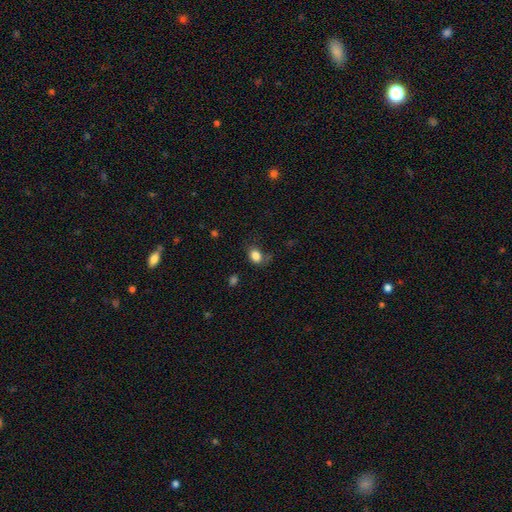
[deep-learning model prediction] A smooth galaxy with no disk features (83%) that is in between round and cigar-shaped (61%).

Vote fractions:
- Smooth or featured? smooth: 83% / star or artifact: 11% / featured or disk: 6%
- How rounded? in between: 61% / round: 38% / cigar-shaped: 1%
- Merging? none: 66% / minor disturbance: 23% / major disturbance: 8% / merger: 3%